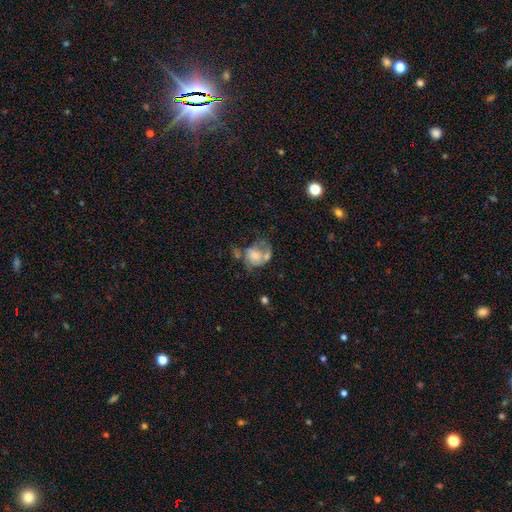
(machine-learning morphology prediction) smooth-or-featured: smooth: 47% | featured or disk: 44% | star or artifact: 9%
  merging: major disturbance: 31% | merger: 29% | none: 21% | minor disturbance: 18%